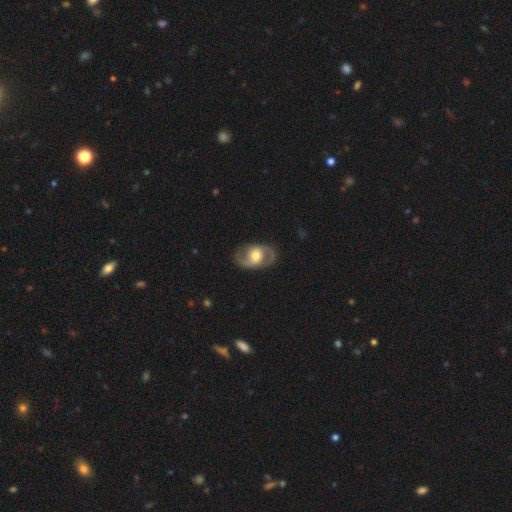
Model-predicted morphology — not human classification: This appears to be a featured or disk galaxy (72%) with no bar (55%), 2 (89%) medium (50%) spiral arms (80%) and a moderate central bulge (65%). Merging: none (82%).